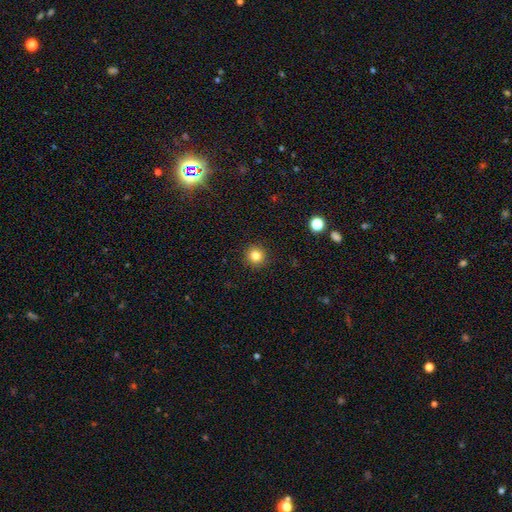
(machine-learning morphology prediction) smooth 82%, star or artifact 12%, featured or disk 5%. Down the decision tree: how rounded — round (95%); merging — none (92%).